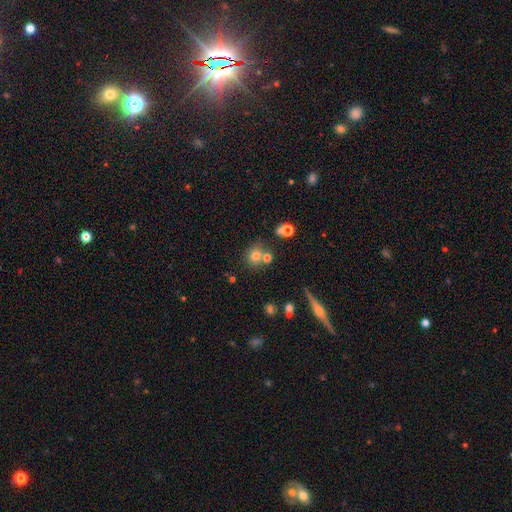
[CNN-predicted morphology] smooth 73%, star or artifact 16%, featured or disk 11%. Down the decision tree: how rounded — round (82%); merging — none (58%).